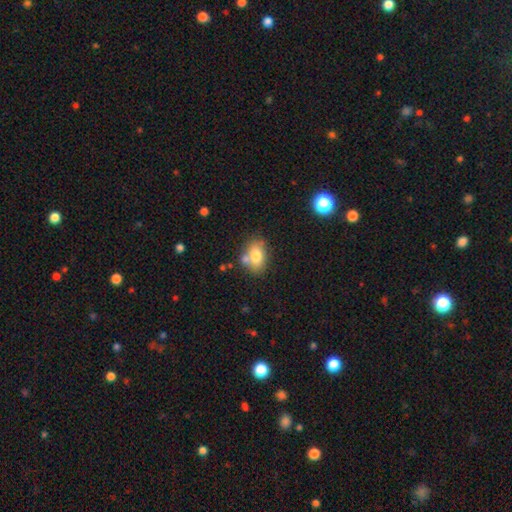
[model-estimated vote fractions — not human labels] Overall: smooth (75%). How rounded: in between (79%). Merging: none (59%; merger 20%).